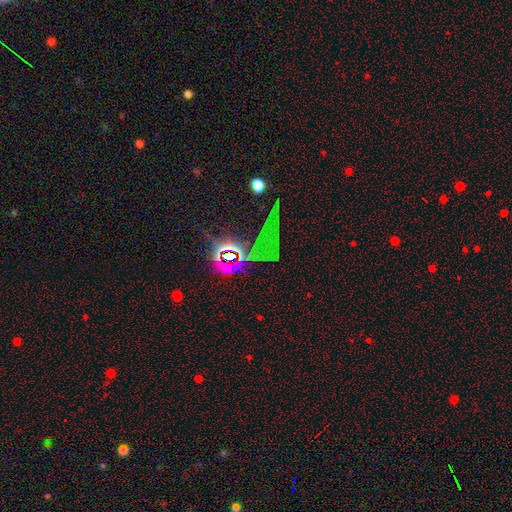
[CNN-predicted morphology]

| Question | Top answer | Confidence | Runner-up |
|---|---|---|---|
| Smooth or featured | star or artifact | 52% | featured or disk (30%) |